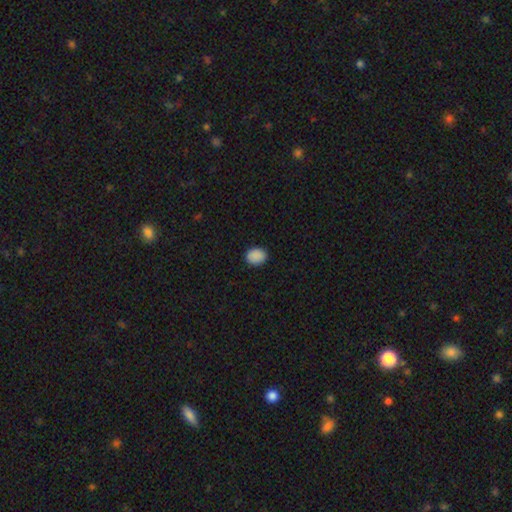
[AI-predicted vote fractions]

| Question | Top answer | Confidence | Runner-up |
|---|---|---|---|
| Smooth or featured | smooth | 89% | star or artifact (9%) |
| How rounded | in between | 51% | round (48%) |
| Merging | none | 88% | minor disturbance (9%) |